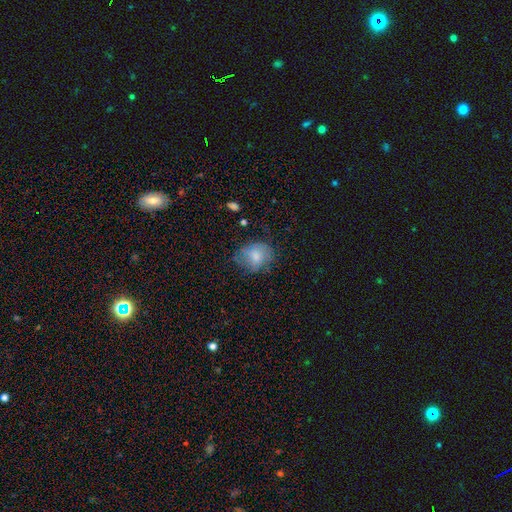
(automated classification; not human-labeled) smooth_or_featured: smooth (p=0.73) [alt: featured or disk p=0.18]
how_rounded: round (p=0.60) [alt: in between p=0.39]
merging: none (p=0.57) [alt: minor disturbance p=0.29]